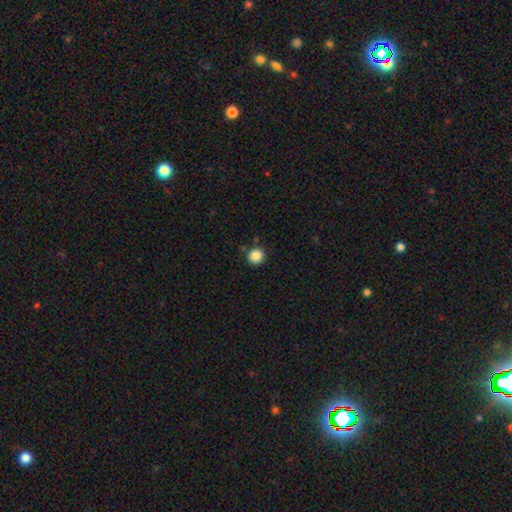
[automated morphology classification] Overall: smooth (87%). How rounded: round (92%). Merging: none (87%).